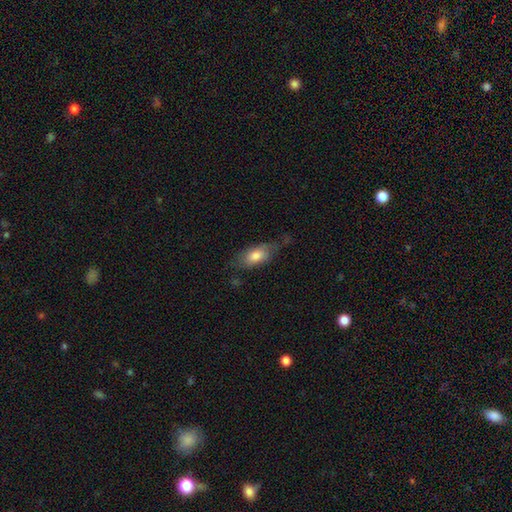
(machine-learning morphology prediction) smooth_or_featured: smooth (p=0.74) [alt: featured or disk p=0.19]
how_rounded: in between (p=0.82) [alt: cigar-shaped p=0.14]
merging: none (p=0.57) [alt: minor disturbance p=0.29]